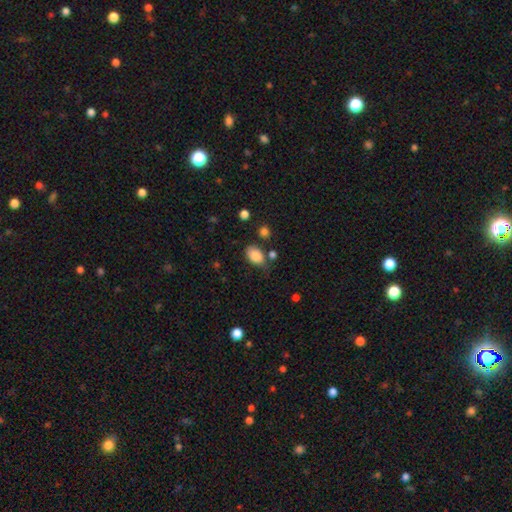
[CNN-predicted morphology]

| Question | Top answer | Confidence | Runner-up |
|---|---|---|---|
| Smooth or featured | smooth | 84% | star or artifact (9%) |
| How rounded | in between | 83% | round (15%) |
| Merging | none | 65% | minor disturbance (22%) |